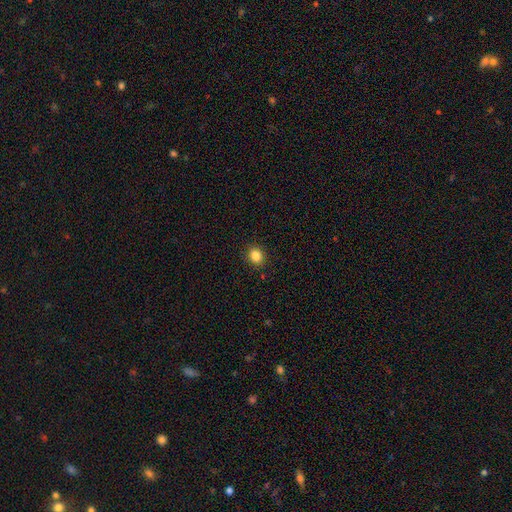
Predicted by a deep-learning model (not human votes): Morphology: type=smooth (85%); roundness=round (71%); merging=none (90%).